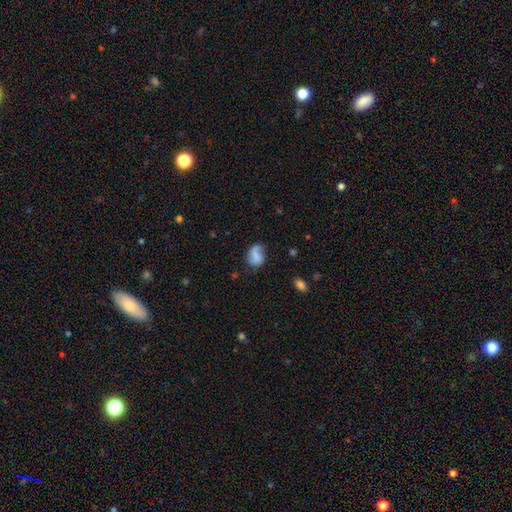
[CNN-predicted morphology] A smooth galaxy with no disk features (52%) that is in between round and cigar-shaped (58%).

Vote fractions:
- Smooth or featured? smooth: 52% / featured or disk: 38% / star or artifact: 9%
- How rounded? in between: 58% / round: 40% / cigar-shaped: 2%
- Merging? none: 55% / minor disturbance: 27% / major disturbance: 14% / merger: 4%